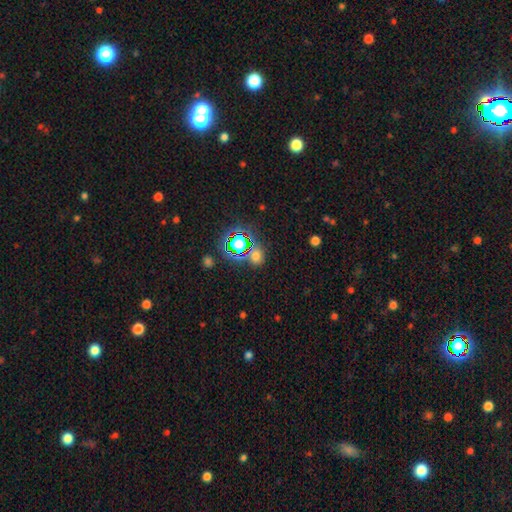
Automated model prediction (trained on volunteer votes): A smooth galaxy with no disk features (53%) that is round (66%). Merging: none (74%).